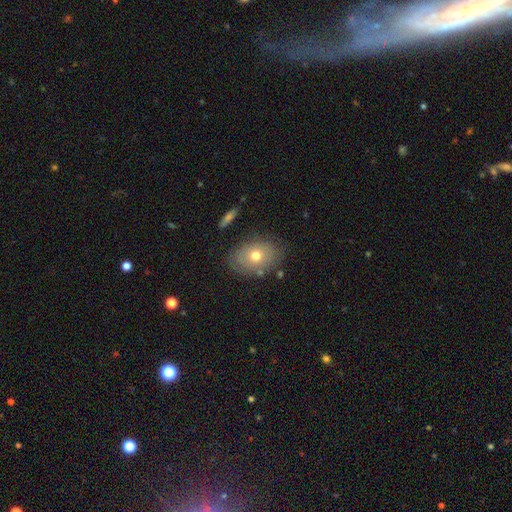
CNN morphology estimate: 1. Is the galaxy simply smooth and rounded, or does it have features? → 61% smooth, 30% featured or disk, 9% star or artifact.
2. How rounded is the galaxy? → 76% in between, 23% round, 1% cigar-shaped.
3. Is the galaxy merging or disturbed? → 78% none, 15% minor disturbance, 4% major disturbance, 3% merger.